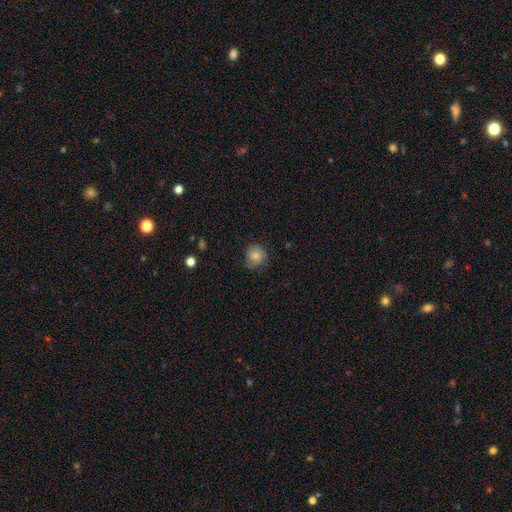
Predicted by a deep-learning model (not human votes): Smooth or featured: smooth — 79% (featured or disk — 12%)
How rounded: round — 86% (in between — 13%)
Merging: none — 71% (minor disturbance — 22%)